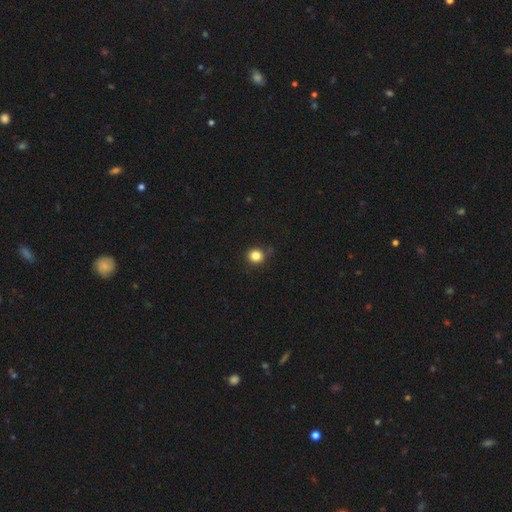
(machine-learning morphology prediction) smooth-or-featured: smooth: 83% | star or artifact: 12% | featured or disk: 5%
  how-rounded: round: 92% | in between: 7% | cigar-shaped: 1%
  merging: none: 86% | minor disturbance: 9% | major disturbance: 3% | merger: 2%